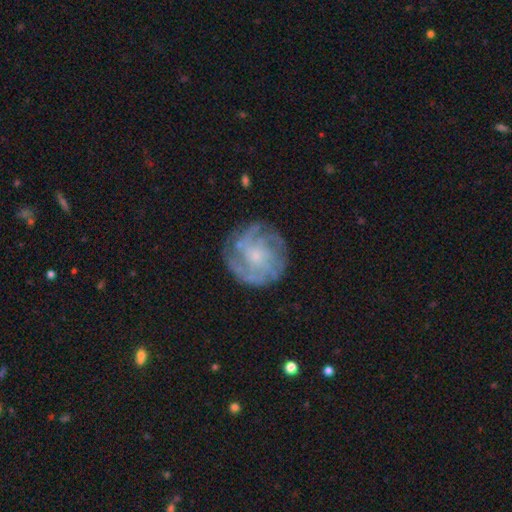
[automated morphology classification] Q: Smooth or featured?
A: featured or disk (77%); runner-up: smooth (15%)
Q: Edge-on disk?
A: no (97%); runner-up: yes (3%)
Q: Bar?
A: no (74%); runner-up: weak (22%)
Q: Spiral arms?
A: yes (92%); runner-up: no (8%)
Q: Spiral winding?
A: tight (63%); runner-up: medium (30%)
Q: Spiral arm count?
A: can't tell (35%); runner-up: 4 (20%)
Q: Bulge size?
A: small (65%); runner-up: moderate (23%)
Q: Merging?
A: none (79%); runner-up: minor disturbance (14%)